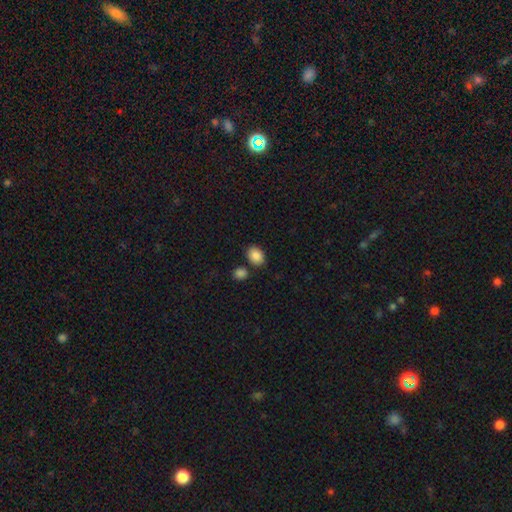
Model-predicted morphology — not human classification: Smooth or featured? smooth (87%)
How rounded? in between (72%)
Merging? none (78%)